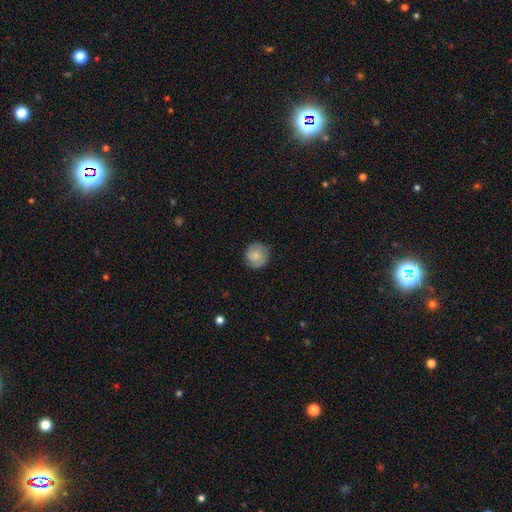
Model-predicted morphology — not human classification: The model was most divided on "smooth or featured": smooth: 78%, featured or disk: 15%, star or artifact: 7%. More confident: how rounded — round (92%); merging — none (81%).